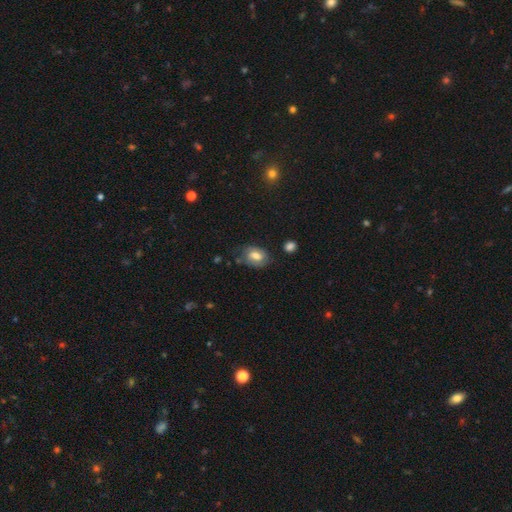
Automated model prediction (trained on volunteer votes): smooth-or-featured: smooth: 65% | featured or disk: 26% | star or artifact: 9%
  how-rounded: in between: 80% | round: 19% | cigar-shaped: 2%
  merging: none: 59% | minor disturbance: 28% | major disturbance: 10% | merger: 3%